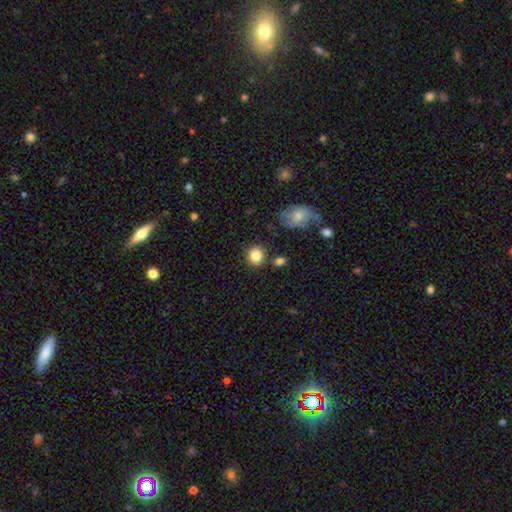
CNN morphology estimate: This appears to be a smooth galaxy with no disk features (85%) that is round (87%). Merging: none (81%).